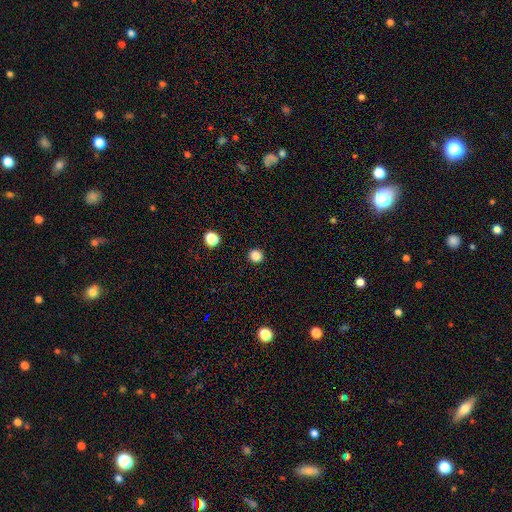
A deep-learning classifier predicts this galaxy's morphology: A smooth galaxy with no disk features (85%) that is round (93%).

Vote fractions:
- Smooth or featured? smooth: 85% / star or artifact: 12% / featured or disk: 3%
- How rounded? round: 93% / in between: 6% / cigar-shaped: 1%
- Merging? none: 93% / minor disturbance: 4% / major disturbance: 2% / merger: 1%